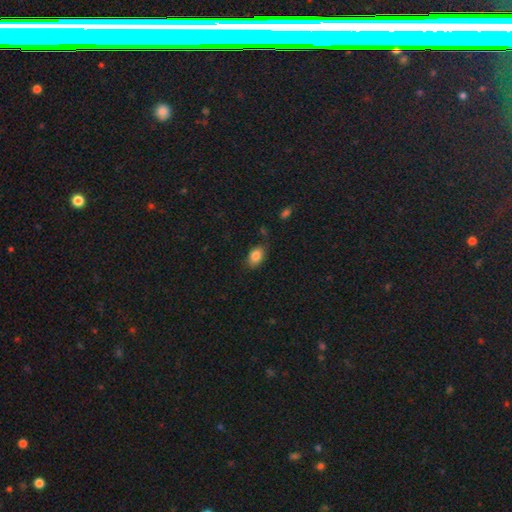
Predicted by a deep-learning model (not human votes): Overall: smooth (84%). How rounded: in between (86%). Merging: none (76%).